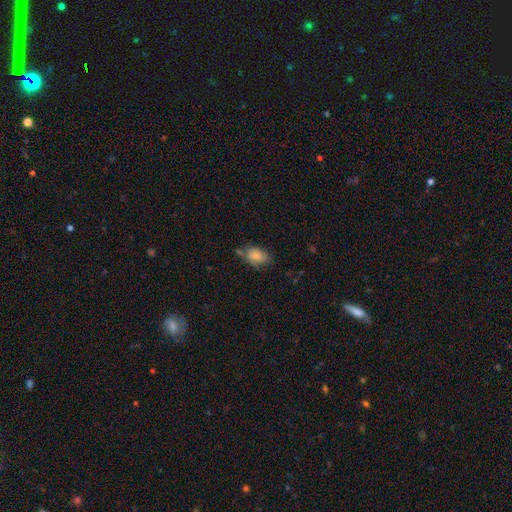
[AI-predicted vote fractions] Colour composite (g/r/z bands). It shows a smooth galaxy with no disk features (74%) that is in between round and cigar-shaped (83%). Merging: none (56%).